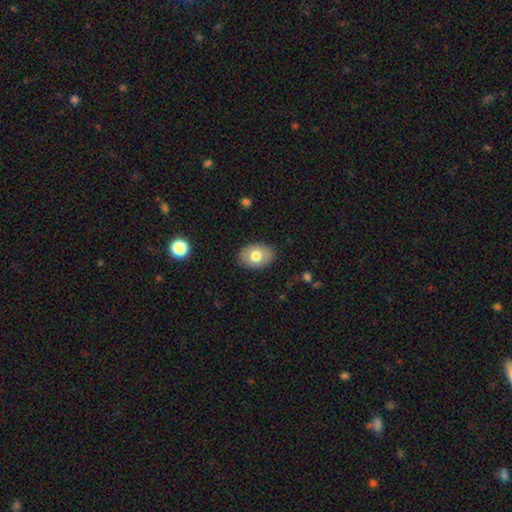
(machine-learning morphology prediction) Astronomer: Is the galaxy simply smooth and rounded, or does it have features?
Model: smooth — 74%.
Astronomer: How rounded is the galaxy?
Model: in between — 83%.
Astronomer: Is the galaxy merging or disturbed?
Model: none — 85%.